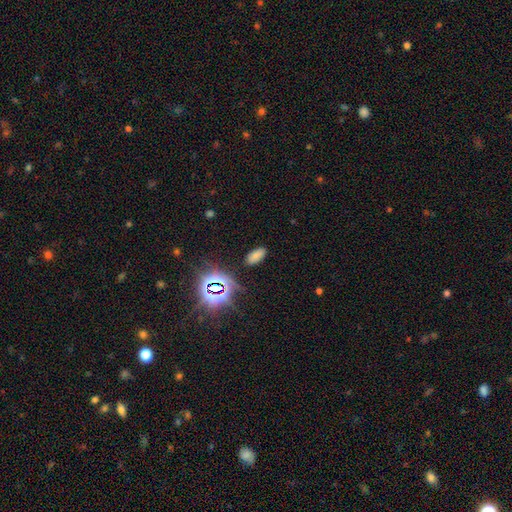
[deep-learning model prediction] Smooth or featured: smooth — 67% (star or artifact — 26%)
How rounded: in between — 90% (cigar-shaped — 6%)
Merging: none — 85% (minor disturbance — 10%)